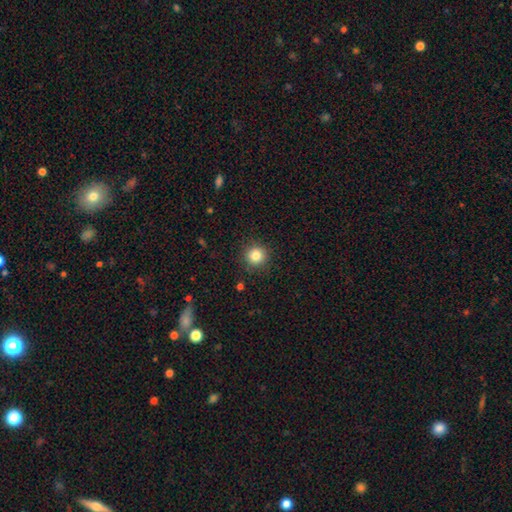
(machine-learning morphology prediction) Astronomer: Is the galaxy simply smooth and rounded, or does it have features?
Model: smooth — 83%.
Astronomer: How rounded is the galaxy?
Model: round — 94%.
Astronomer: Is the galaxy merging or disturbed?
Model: none — 90%.